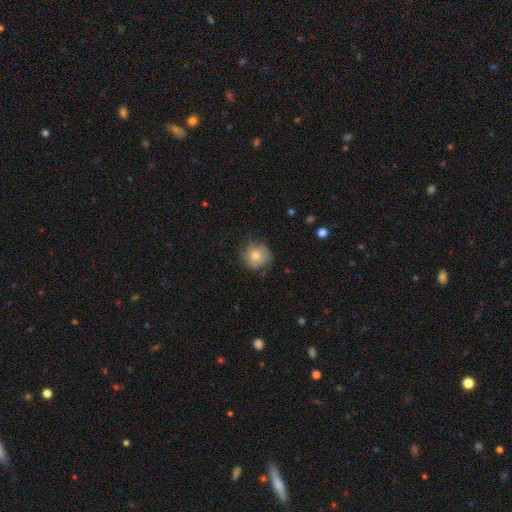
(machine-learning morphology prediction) type=smooth (60%); roundness=round (85%); merging=none (63%).